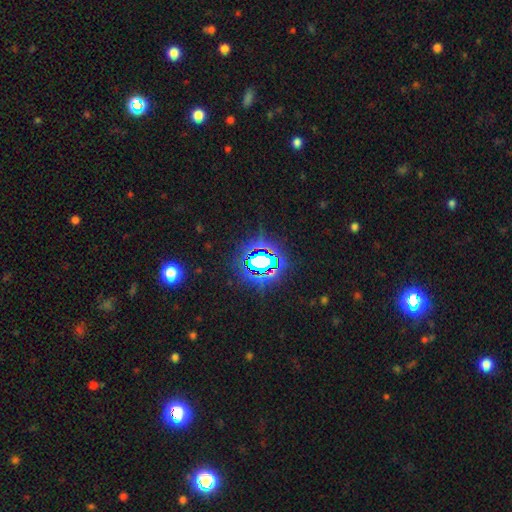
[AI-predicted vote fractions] Q: Smooth or featured?
A: star or artifact (80%); runner-up: smooth (13%)